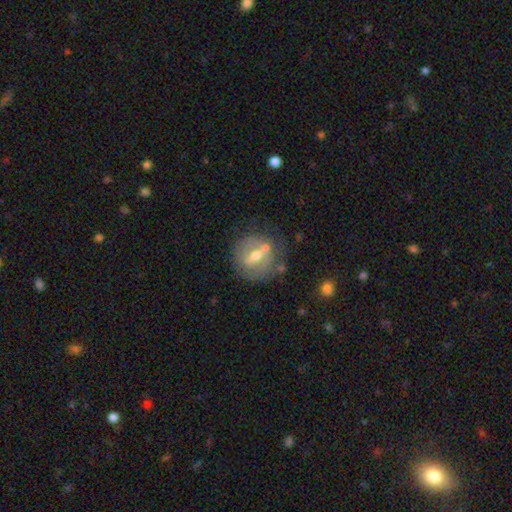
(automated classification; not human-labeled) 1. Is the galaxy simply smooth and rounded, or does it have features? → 58% featured or disk, 35% smooth, 8% star or artifact.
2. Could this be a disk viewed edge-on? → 86% no, 14% yes.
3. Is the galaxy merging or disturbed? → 65% none, 17% minor disturbance, 10% merger, 7% major disturbance.